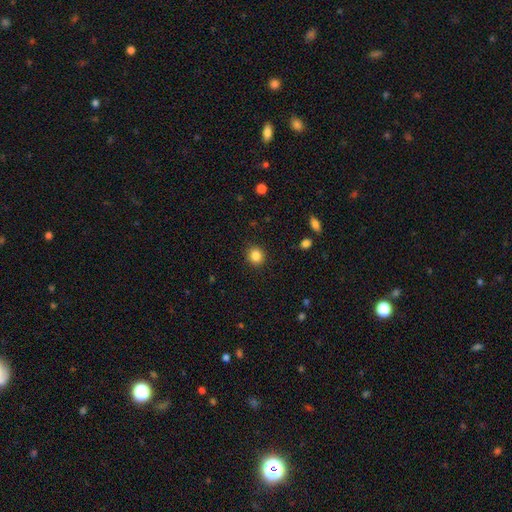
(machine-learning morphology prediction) smooth-or-featured: smooth: 85% | star or artifact: 10% | featured or disk: 4%
  how-rounded: round: 87% | in between: 12% | cigar-shaped: 1%
  merging: none: 90% | minor disturbance: 7% | major disturbance: 2% | merger: 1%